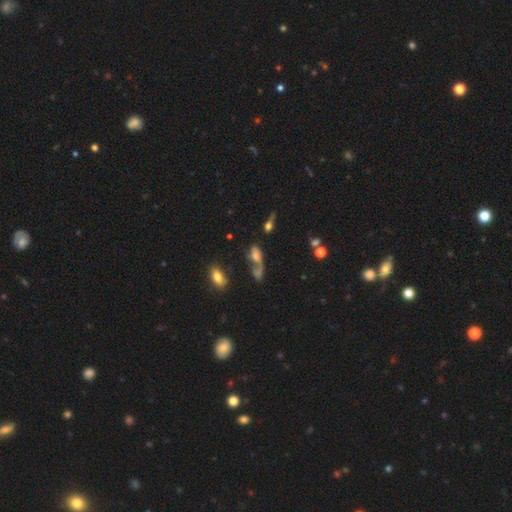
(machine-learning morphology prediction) Smooth or featured?
  - smooth: 52% *
  - featured or disk: 30%
  - star or artifact: 18%
How rounded?
  - in between: 71% *
  - round: 15%
  - cigar-shaped: 13%
Merging?
  - merger: 38% *
  - none: 27%
  - major disturbance: 22%
  - minor disturbance: 14%